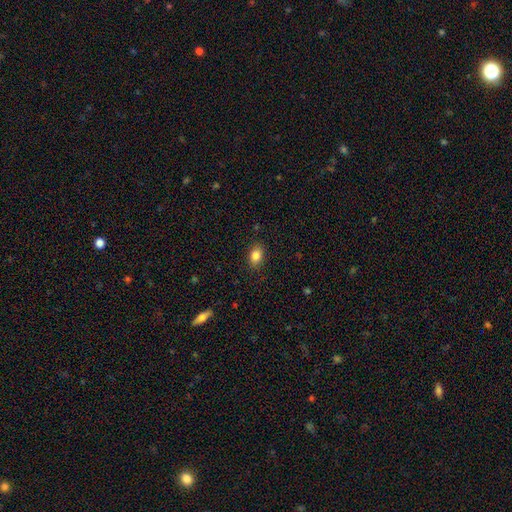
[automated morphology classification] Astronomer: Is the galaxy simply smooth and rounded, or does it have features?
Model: smooth — 84%.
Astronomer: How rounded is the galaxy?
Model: in between — 79%.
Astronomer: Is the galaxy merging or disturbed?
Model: none — 86%.